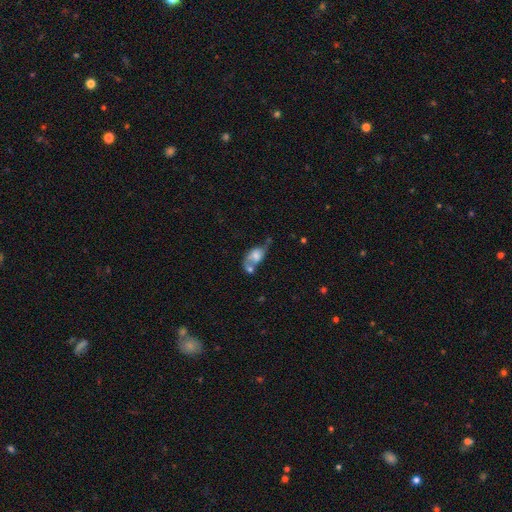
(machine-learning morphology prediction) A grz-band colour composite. It shows a smooth galaxy with no disk features (46%). Merging: merger (44%).